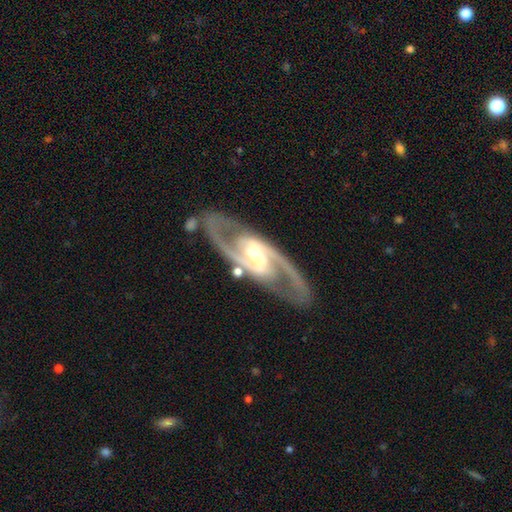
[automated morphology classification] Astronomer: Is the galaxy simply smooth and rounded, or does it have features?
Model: featured or disk — 92%.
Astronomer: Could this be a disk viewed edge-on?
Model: no — 94%.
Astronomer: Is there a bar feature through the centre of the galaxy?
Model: strong — 51% (runner-up: weak, 36%).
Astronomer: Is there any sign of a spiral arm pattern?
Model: yes — 98%.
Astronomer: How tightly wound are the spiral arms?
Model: medium — 60%.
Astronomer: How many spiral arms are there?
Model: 2 — 93%.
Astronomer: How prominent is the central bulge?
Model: moderate — 54% (runner-up: small, 34%).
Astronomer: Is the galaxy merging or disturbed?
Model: none — 79%.